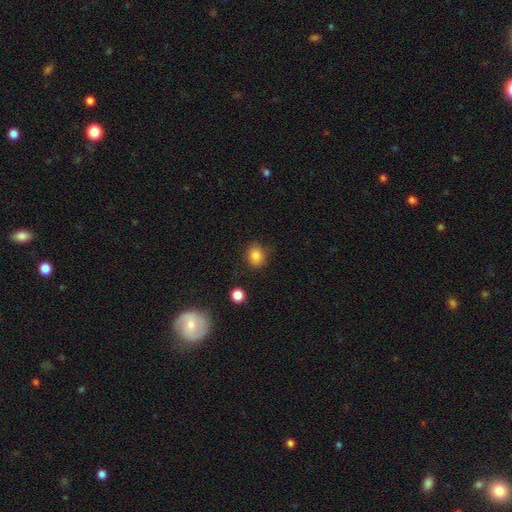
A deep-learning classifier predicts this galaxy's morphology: A smooth galaxy with no disk features (84%) that is round (61%). Merging: none (85%).